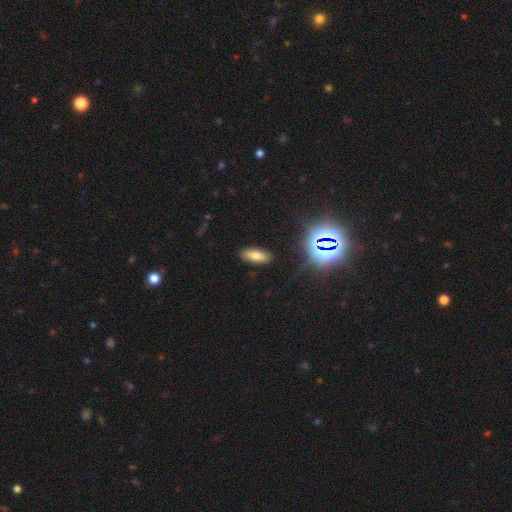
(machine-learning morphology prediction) smooth_or_featured: smooth (p=0.69) [alt: star or artifact p=0.17]
how_rounded: in between (p=0.78) [alt: cigar-shaped p=0.19]
merging: none (p=0.88) [alt: minor disturbance p=0.08]